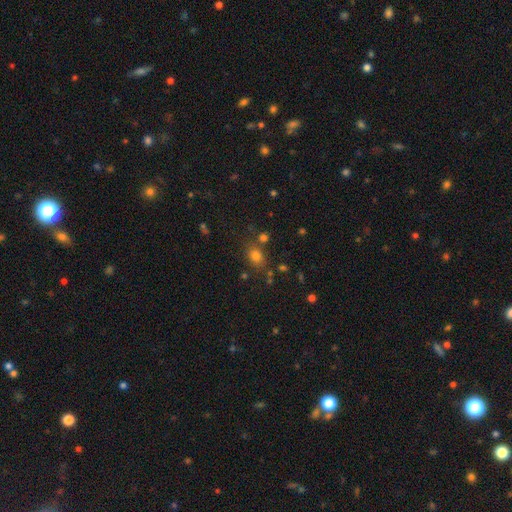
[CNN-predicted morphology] This appears to be a smooth galaxy with no disk features (74%) that is round (53%). Merging: none (71%).